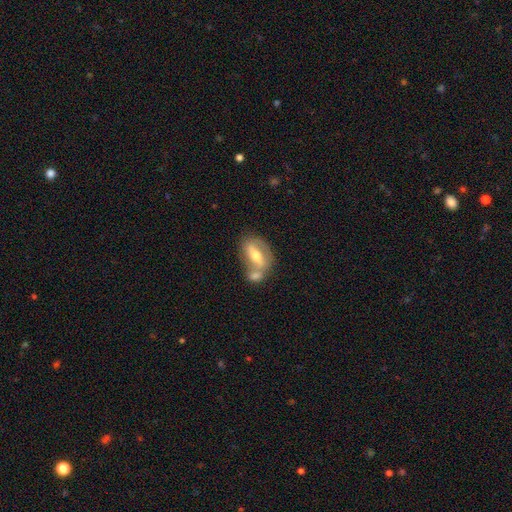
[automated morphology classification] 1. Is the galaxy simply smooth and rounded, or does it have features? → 55% featured or disk, 38% smooth, 7% star or artifact.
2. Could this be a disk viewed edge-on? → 81% no, 19% yes.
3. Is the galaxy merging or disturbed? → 42% none, 40% merger, 13% minor disturbance, 6% major disturbance.